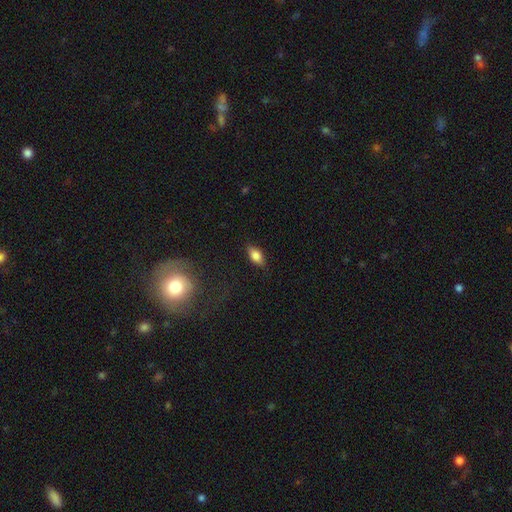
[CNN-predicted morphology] smooth-or-featured: smooth: 80% | featured or disk: 12% | star or artifact: 8%
  how-rounded: in between: 87% | cigar-shaped: 8% | round: 5%
  merging: none: 84% | minor disturbance: 12% | major disturbance: 3% | merger: 1%